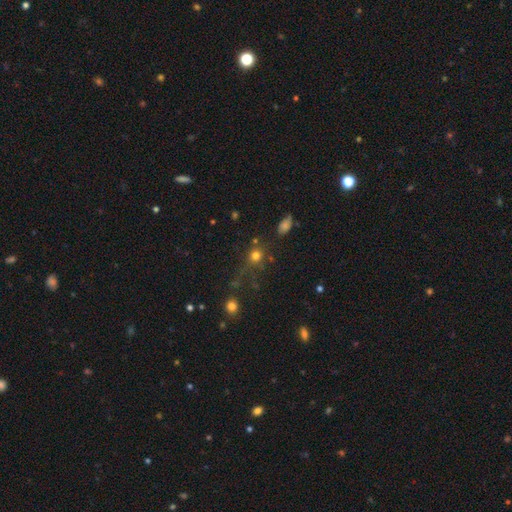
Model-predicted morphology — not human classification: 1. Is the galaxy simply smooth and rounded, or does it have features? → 74% smooth, 18% star or artifact, 8% featured or disk.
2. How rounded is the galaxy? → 84% round, 15% in between, 2% cigar-shaped.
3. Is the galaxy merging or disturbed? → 66% none, 15% minor disturbance, 10% major disturbance, 9% merger.